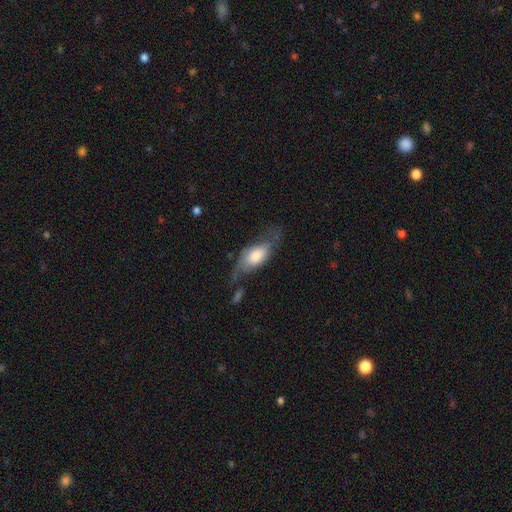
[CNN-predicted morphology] type=smooth (50%); merging=none (45%).